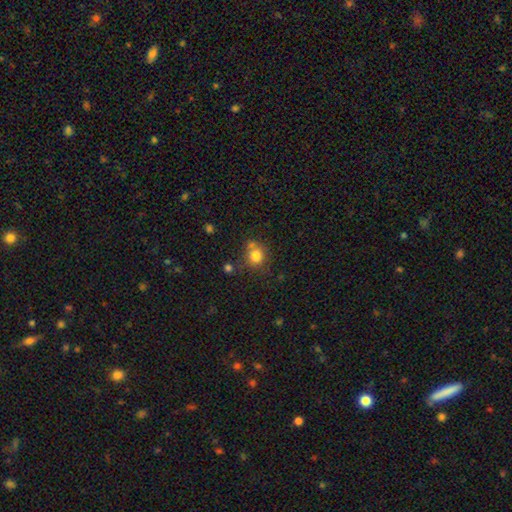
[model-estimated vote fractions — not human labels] smooth_or_featured: smooth (p=0.80) [alt: star or artifact p=0.12]
how_rounded: round (p=0.82) [alt: in between p=0.17]
merging: none (p=0.63) [alt: merger p=0.16]